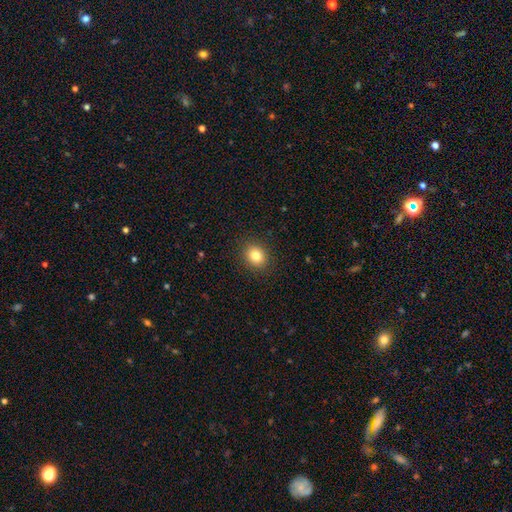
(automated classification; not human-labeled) smooth_or_featured: smooth (p=0.82) [alt: star or artifact p=0.11]
how_rounded: round (p=0.63) [alt: in between p=0.36]
merging: none (p=0.90) [alt: minor disturbance p=0.07]